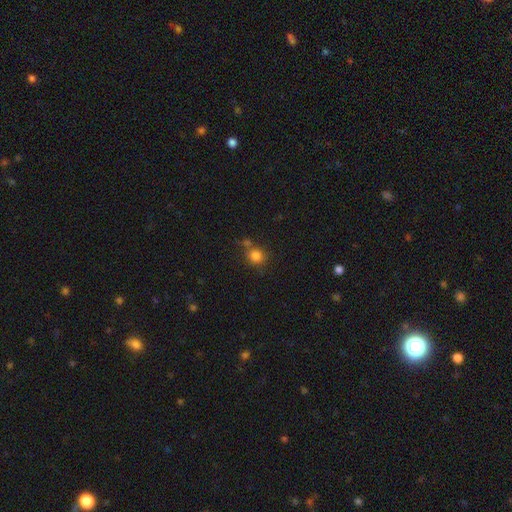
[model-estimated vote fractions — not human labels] The model was most divided on "merging": none: 63%, merger: 18%, minor disturbance: 13%, major disturbance: 5%. More confident: how rounded — round (86%); smooth or featured — smooth (82%).